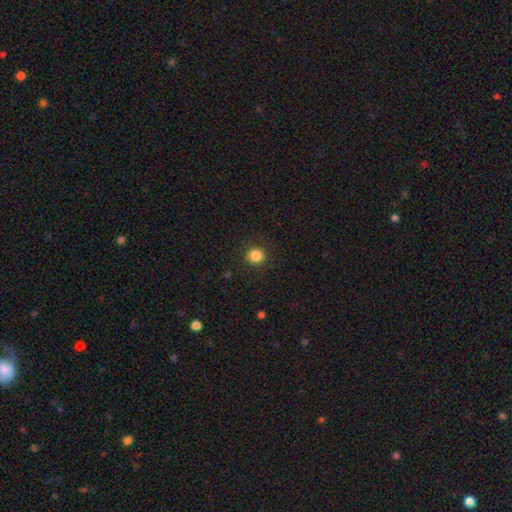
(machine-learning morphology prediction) smooth 85%, star or artifact 11%, featured or disk 4%. Down the decision tree: how rounded — round (92%); merging — none (92%).